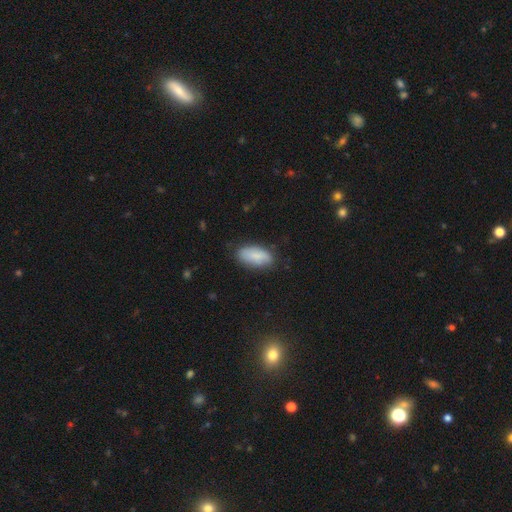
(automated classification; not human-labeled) This appears to be a smooth galaxy with no disk features (81%) that is in between round and cigar-shaped (89%). Merging: none (79%).